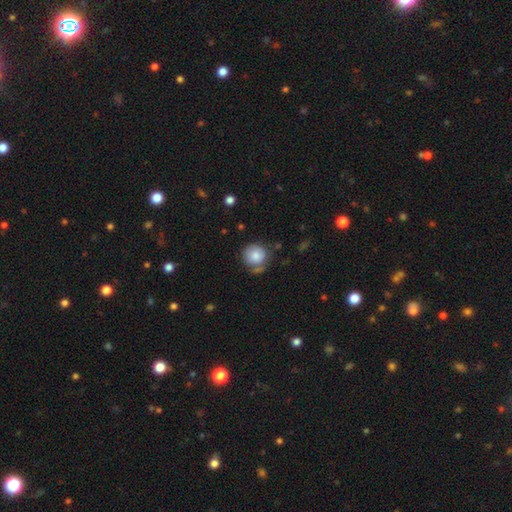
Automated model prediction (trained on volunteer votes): Morphology: type=smooth (81%); roundness=round (91%); merging=none (62%).